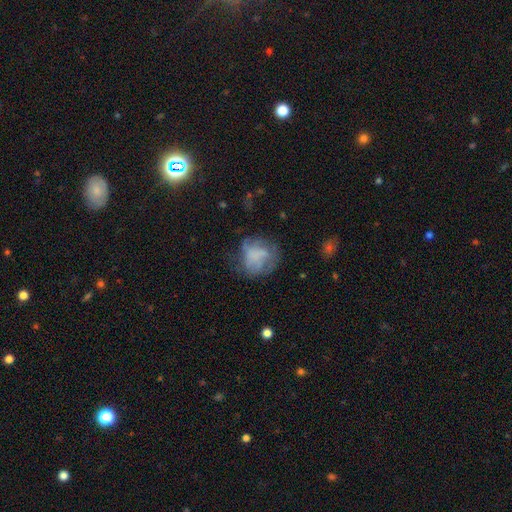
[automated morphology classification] smooth_or_featured: smooth (p=0.52) [alt: featured or disk p=0.36]
how_rounded: round (p=0.68) [alt: in between p=0.30]
merging: none (p=0.46) [alt: minor disturbance p=0.26]